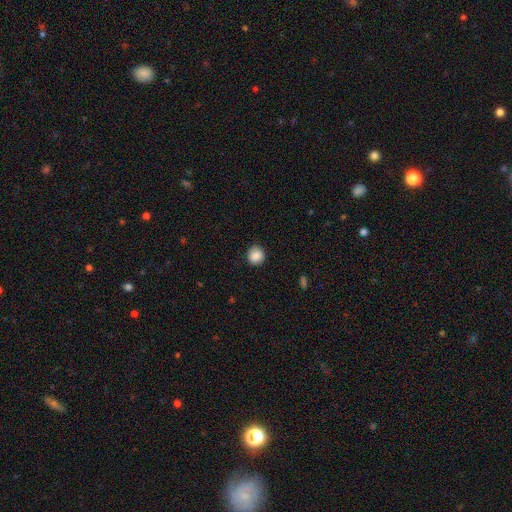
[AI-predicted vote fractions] smooth_or_featured: smooth (p=0.87) [alt: star or artifact p=0.09]
how_rounded: round (p=0.90) [alt: in between p=0.09]
merging: none (p=0.90) [alt: minor disturbance p=0.07]